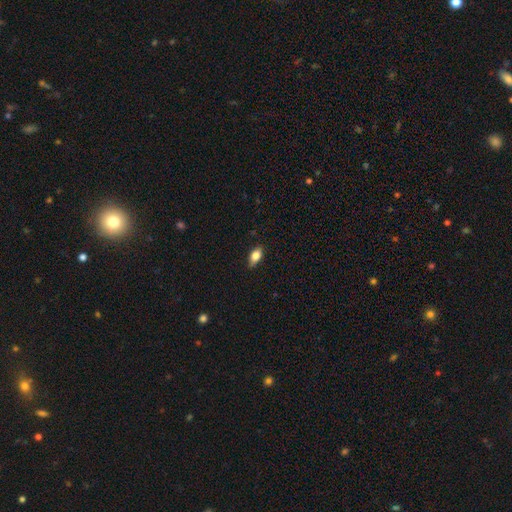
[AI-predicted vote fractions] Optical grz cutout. It shows a smooth galaxy with no disk features (77%) that is in between round and cigar-shaped (85%). Merging: none (77%).